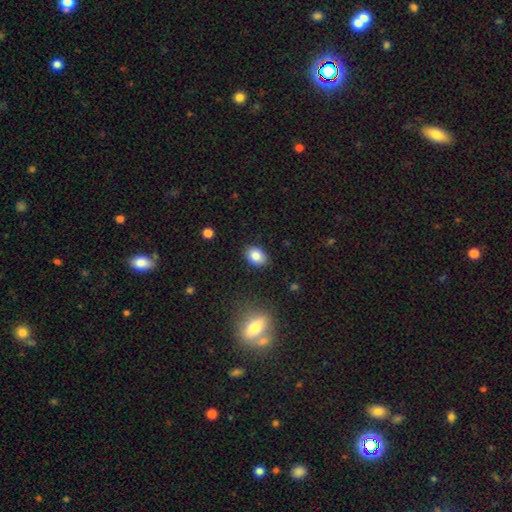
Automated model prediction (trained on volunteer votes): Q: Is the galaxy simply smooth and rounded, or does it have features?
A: smooth — 85%.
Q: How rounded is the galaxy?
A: in between — 70%.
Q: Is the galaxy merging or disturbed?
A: none — 87%.